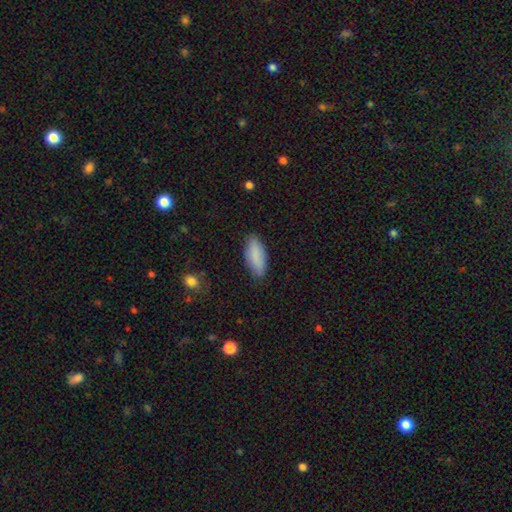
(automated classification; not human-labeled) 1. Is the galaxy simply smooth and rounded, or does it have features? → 87% smooth, 7% featured or disk, 6% star or artifact.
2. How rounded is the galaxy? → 77% in between, 22% cigar-shaped, 2% round.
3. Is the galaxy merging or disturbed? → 83% none, 13% minor disturbance, 3% major disturbance, 1% merger.